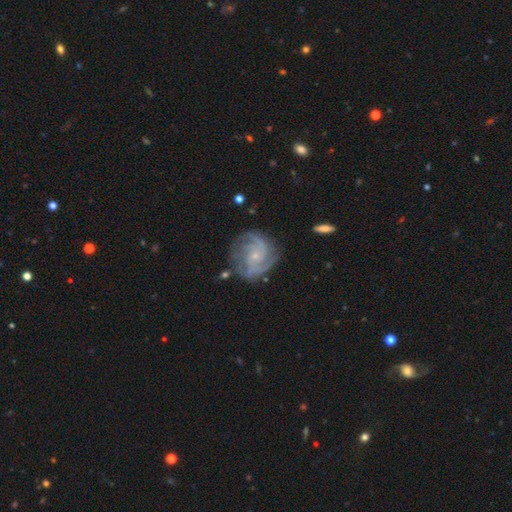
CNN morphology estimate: A featured or disk galaxy (89%) with no bar (69%), 3 (36%) tight (50%) spiral arms (98%) and a small central bulge (83%). Merging: none (73%).